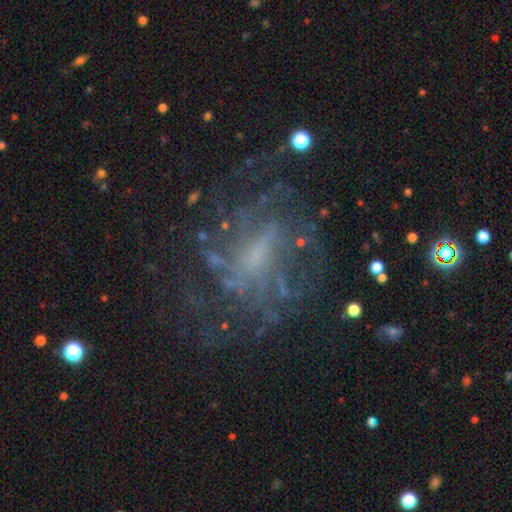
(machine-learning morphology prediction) Smooth or featured? Predicted: featured or disk (p=0.74). Edge-on disk? Predicted: no (p=0.96). Bar? Predicted: no (p=0.45). Spiral arms? Predicted: yes (p=0.71). Spiral winding? Predicted: tight (p=0.38). Spiral arm count? Predicted: can't tell (p=0.54). Bulge size? Predicted: none (p=0.37). Merging? Predicted: none (p=0.60).